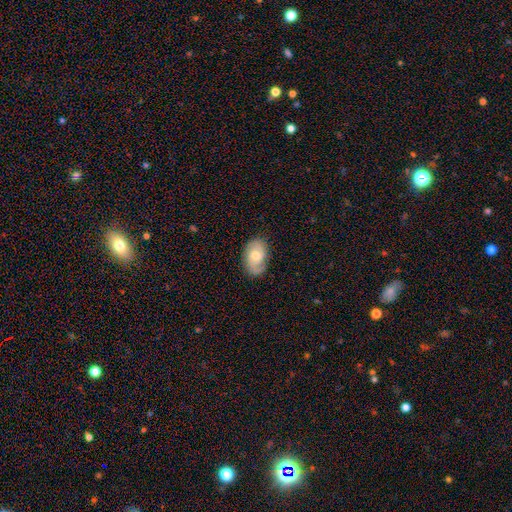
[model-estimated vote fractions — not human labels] Smooth or featured: featured or disk — 57% (smooth — 36%)
Edge-on disk: no — 95% (yes — 5%)
Bar: no — 64% (weak — 31%)
Spiral arms: yes — 85% (no — 15%)
Bulge size: moderate — 65% (small — 29%)
Merging: none — 74% (minor disturbance — 19%)